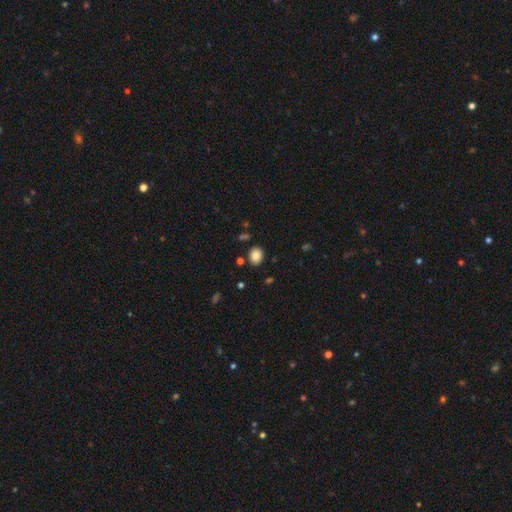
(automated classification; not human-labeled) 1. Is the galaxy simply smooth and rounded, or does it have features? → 84% smooth, 9% star or artifact, 7% featured or disk.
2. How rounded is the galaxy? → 56% in between, 43% round, 1% cigar-shaped.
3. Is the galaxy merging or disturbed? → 85% none, 9% minor disturbance, 3% merger, 2% major disturbance.